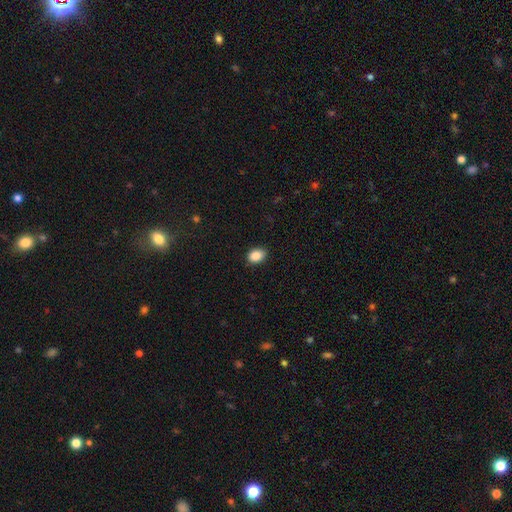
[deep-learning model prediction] smooth 87%, star or artifact 8%, featured or disk 4%. Down the decision tree: how rounded — in between (70%); merging — none (84%).